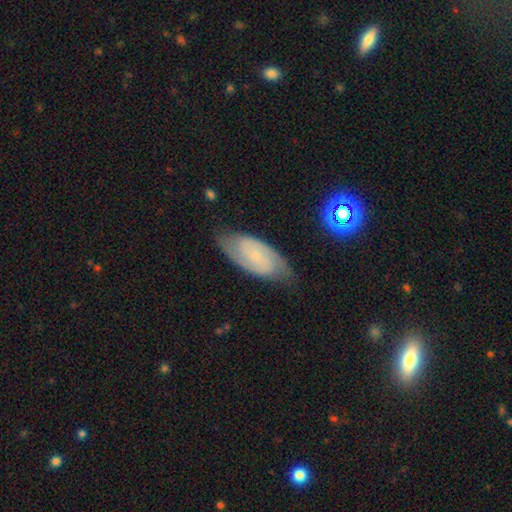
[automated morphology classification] The model was most divided on "spiral winding": tight: 48%, medium: 41%, loose: 11%. More confident: spiral arms — yes (95%); edge-on disk — no (95%); spiral arm count — 2 (81%); merging — none (76%); smooth or featured — featured or disk (76%); bulge size — small (75%); bar — no (57%).